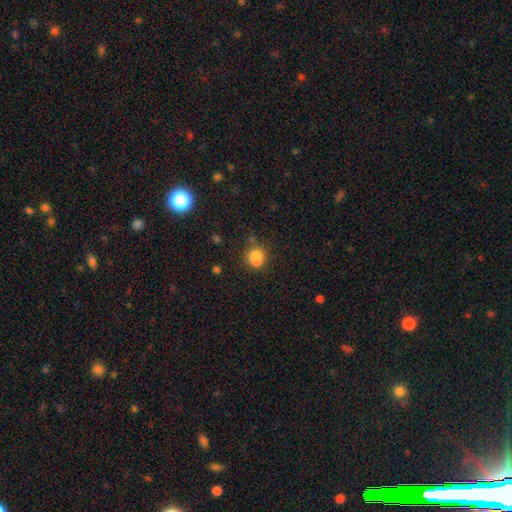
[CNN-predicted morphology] A smooth galaxy with no disk features (73%) that is round (70%). Merging: none (42%).